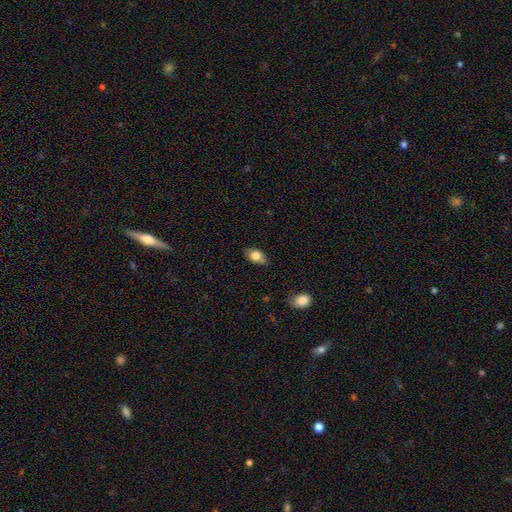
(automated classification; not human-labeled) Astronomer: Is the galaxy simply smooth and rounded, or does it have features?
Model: smooth — 79%.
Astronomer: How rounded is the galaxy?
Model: in between — 86%.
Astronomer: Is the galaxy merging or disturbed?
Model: none — 75%.